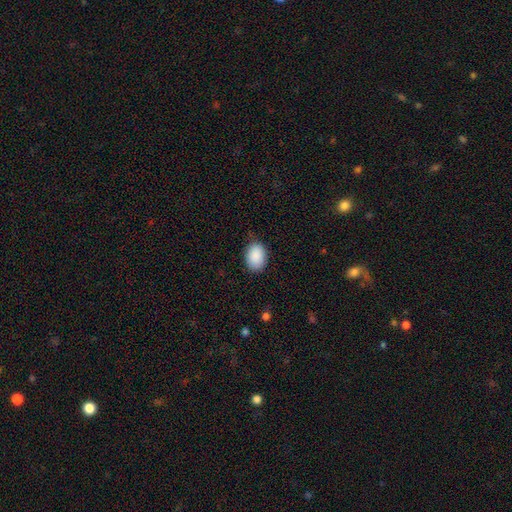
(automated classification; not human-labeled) Overall: smooth (90%). How rounded: in between (82%). Merging: none (81%).